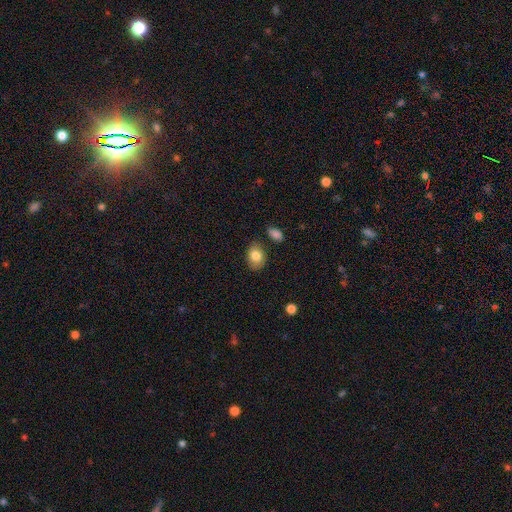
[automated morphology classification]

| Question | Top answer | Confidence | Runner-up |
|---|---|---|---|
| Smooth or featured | smooth | 83% | featured or disk (9%) |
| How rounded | in between | 74% | round (24%) |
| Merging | none | 75% | minor disturbance (17%) |